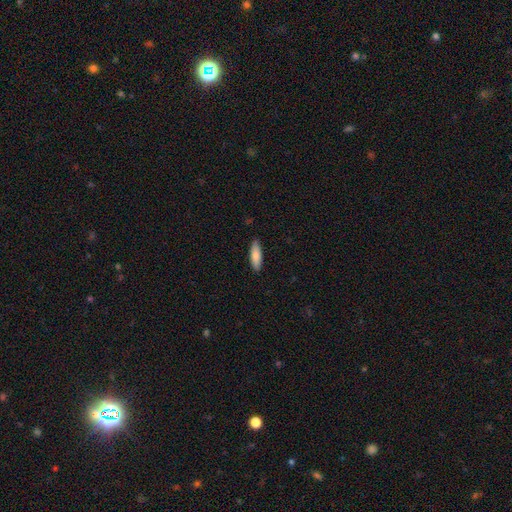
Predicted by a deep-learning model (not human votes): smooth-or-featured: smooth: 83% | featured or disk: 11% | star or artifact: 5%
  how-rounded: cigar-shaped: 52% | in between: 46% | round: 2%
  merging: none: 88% | minor disturbance: 9% | major disturbance: 2% | merger: 1%